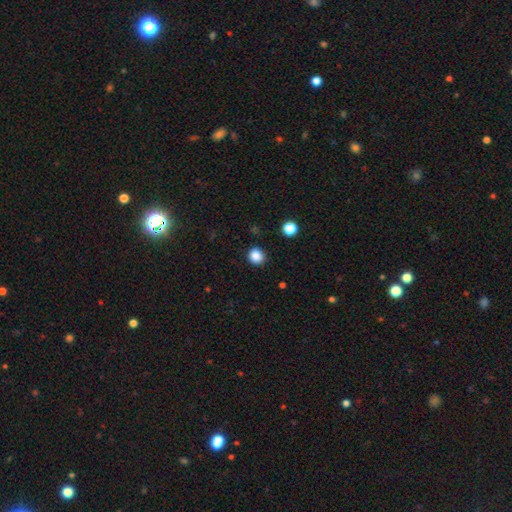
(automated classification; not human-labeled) Smooth or featured? Predicted: smooth (p=0.86). How rounded? Predicted: round (p=0.88). Merging? Predicted: none (p=0.90).